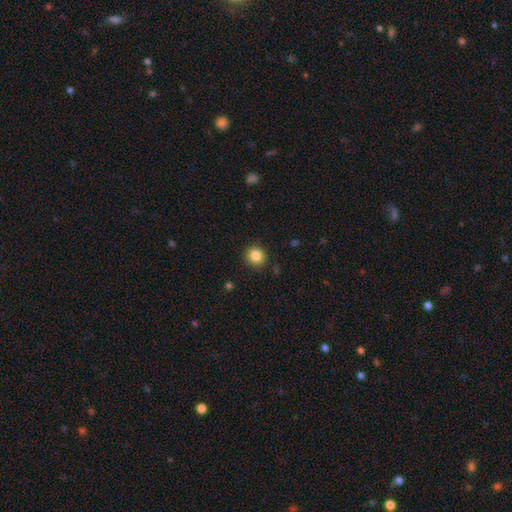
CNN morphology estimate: A smooth galaxy with no disk features (84%) that is round (90%).

Vote fractions:
- Smooth or featured? smooth: 84% / star or artifact: 11% / featured or disk: 6%
- How rounded? round: 90% / in between: 9% / cigar-shaped: 1%
- Merging? none: 90% / minor disturbance: 7% / major disturbance: 2% / merger: 1%